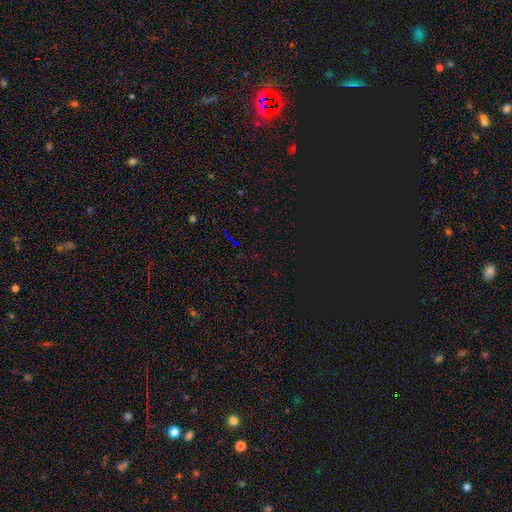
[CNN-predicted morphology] Q: Smooth or featured?
A: star or artifact (75%); runner-up: smooth (17%)